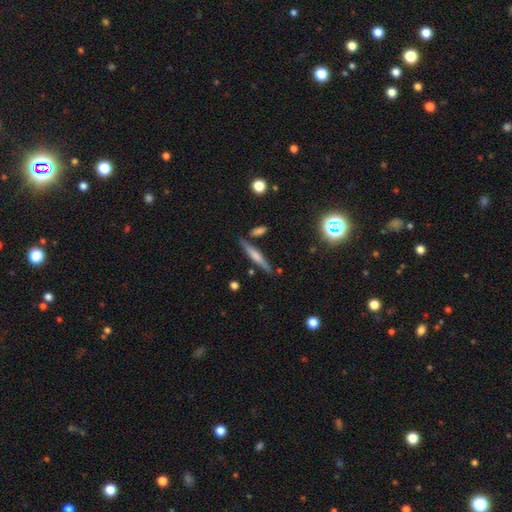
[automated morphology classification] This is possibly a smooth galaxy (52%). How rounded: clearly cigar-shaped (91%). Merging: clearly none (81%).